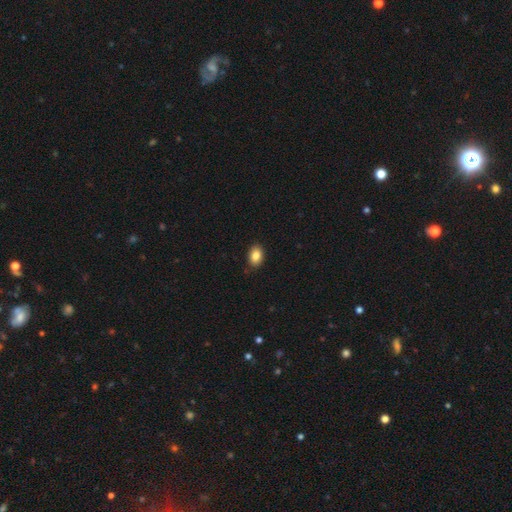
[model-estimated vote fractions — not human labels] This appears to be a smooth galaxy with no disk features (86%) that is in between round and cigar-shaped (82%). Merging: none (86%).